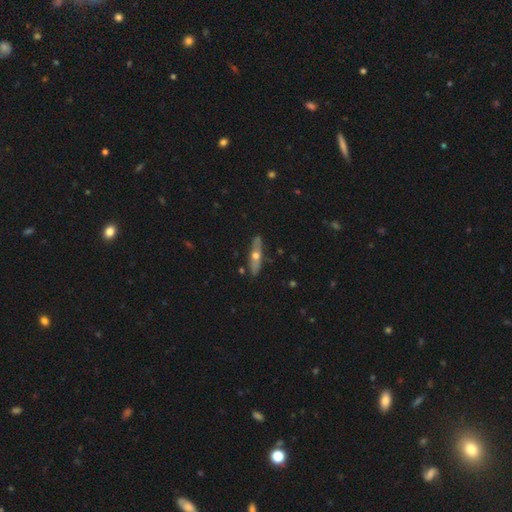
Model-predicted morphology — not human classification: smooth_or_featured: featured or disk (p=0.56) [alt: smooth p=0.37]
disk_edge_on: yes (p=0.78) [alt: no p=0.22]
merging: none (p=0.87) [alt: minor disturbance p=0.09]